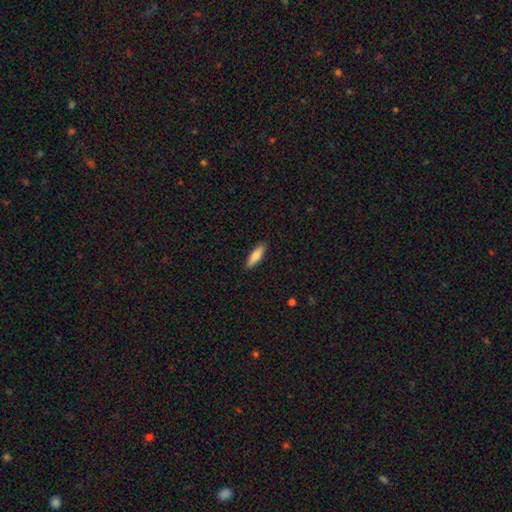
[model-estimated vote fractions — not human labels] The model was most divided on "how rounded": cigar-shaped: 58%, in between: 40%, round: 2%. More confident: merging — none (89%); smooth or featured — smooth (83%).